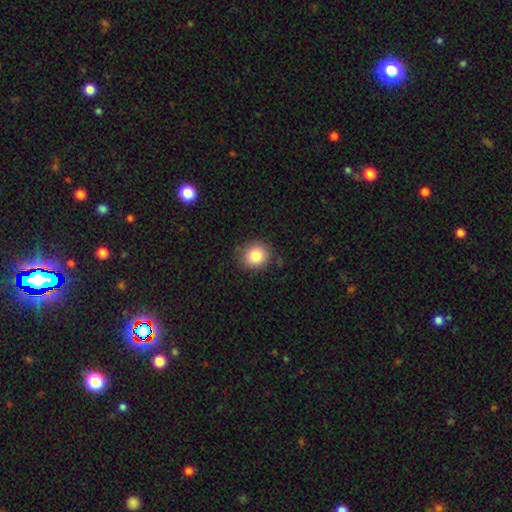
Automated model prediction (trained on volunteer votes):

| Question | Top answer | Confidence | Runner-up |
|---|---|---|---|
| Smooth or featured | smooth | 83% | star or artifact (10%) |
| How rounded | round | 83% | in between (17%) |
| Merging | none | 83% | minor disturbance (13%) |